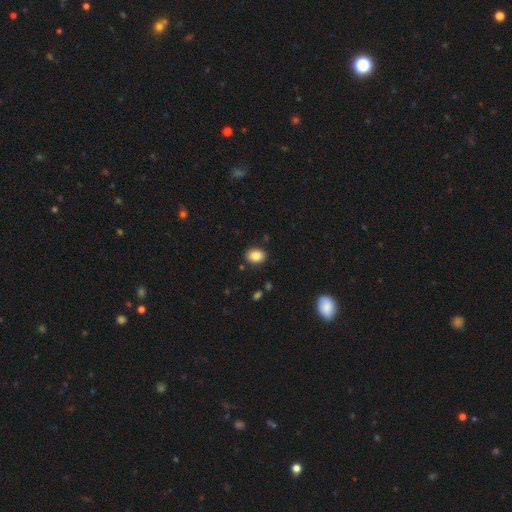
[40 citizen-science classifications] Q: Smooth or featured?
A: smooth (78%); runner-up: featured or disk (12%)
Q: How rounded?
A: in between (65%); runner-up: round (35%)
Q: Merging?
A: none (89%); runner-up: minor disturbance (8%)